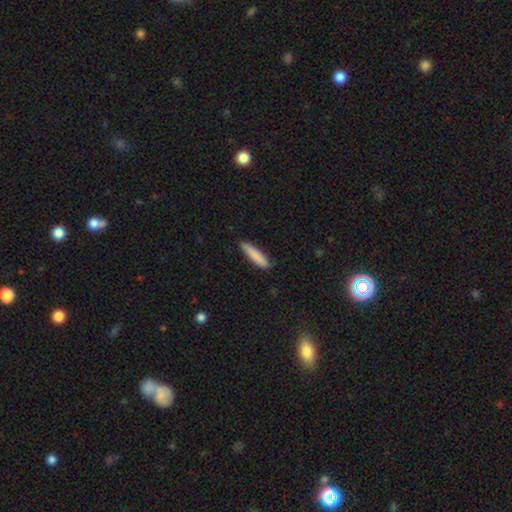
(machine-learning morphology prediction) smooth 86%, featured or disk 9%, star or artifact 6%. Down the decision tree: how rounded — cigar-shaped (84%); merging — none (86%).